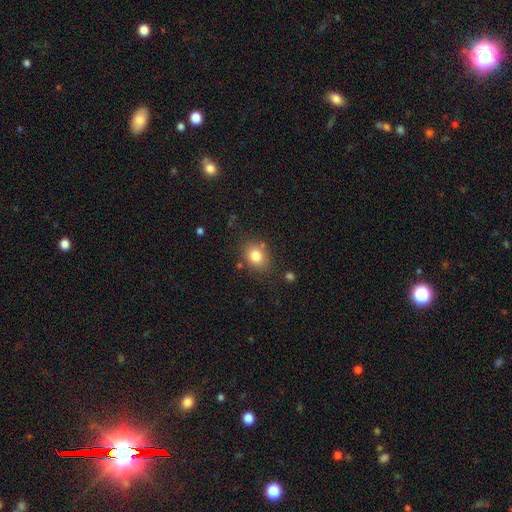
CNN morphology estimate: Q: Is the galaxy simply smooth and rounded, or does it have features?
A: smooth — 80%.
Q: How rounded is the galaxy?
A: round — 51%.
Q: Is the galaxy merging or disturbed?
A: none — 79%.